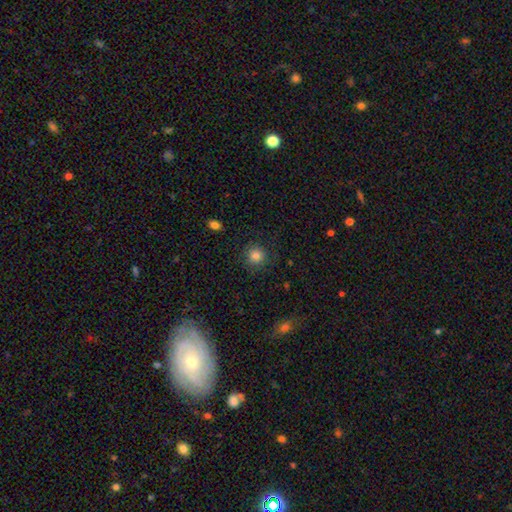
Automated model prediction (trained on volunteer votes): smooth 84%, star or artifact 11%, featured or disk 5%. Down the decision tree: how rounded — round (92%); merging — none (87%).